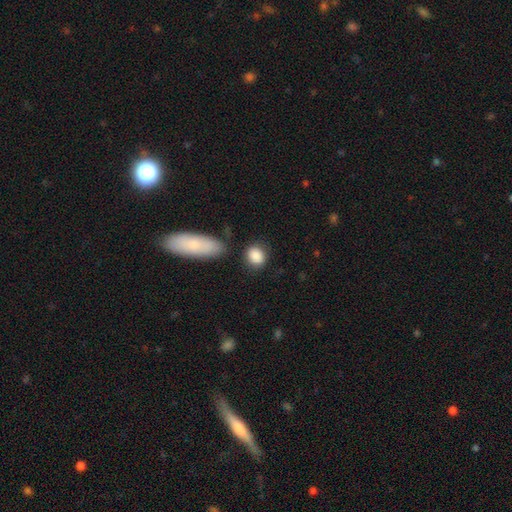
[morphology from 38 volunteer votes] This appears to be a smooth galaxy with no disk features (82%) that is round (71%). Merging: none (58%).